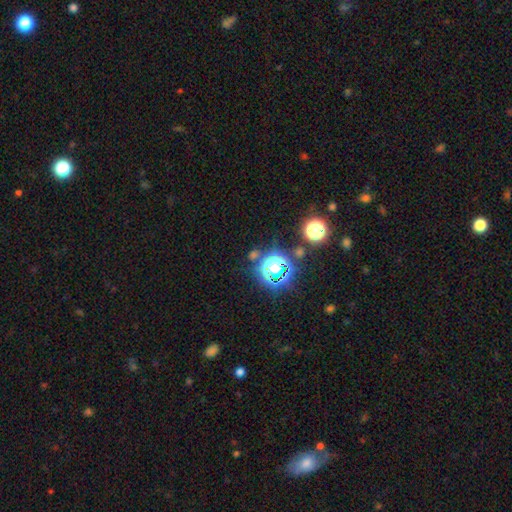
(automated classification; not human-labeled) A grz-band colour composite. It shows a star or artifact, not a galaxy (70%).